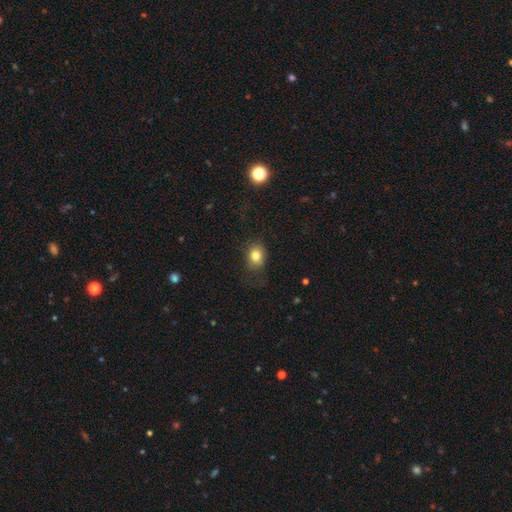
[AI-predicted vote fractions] A smooth galaxy with no disk features (80%) that is round (52%). Merging: none (71%).